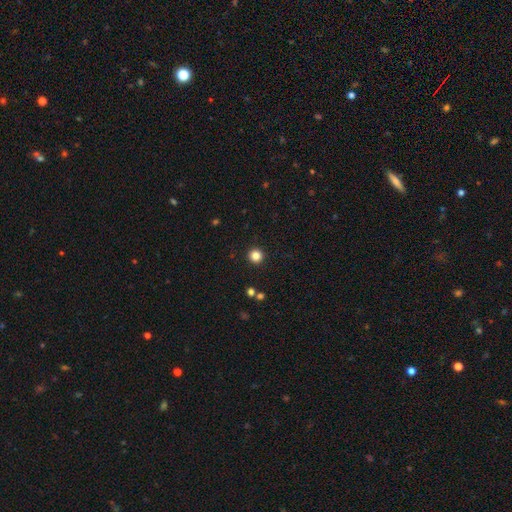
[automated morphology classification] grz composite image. It shows a smooth galaxy with no disk features (84%) that is round (96%). Merging: none (93%).